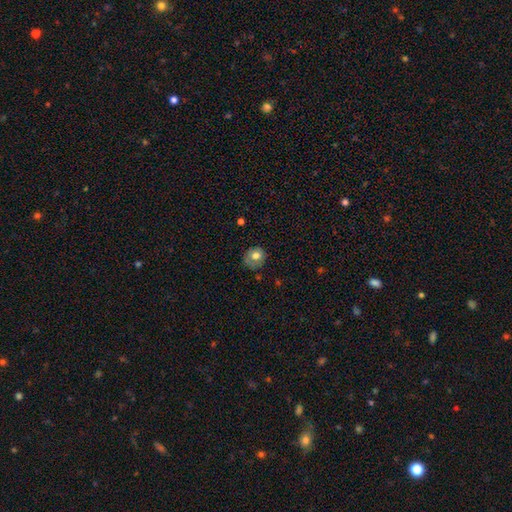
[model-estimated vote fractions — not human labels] smooth 72%, featured or disk 19%, star or artifact 9%. Down the decision tree: how rounded — round (80%); merging — none (69%).